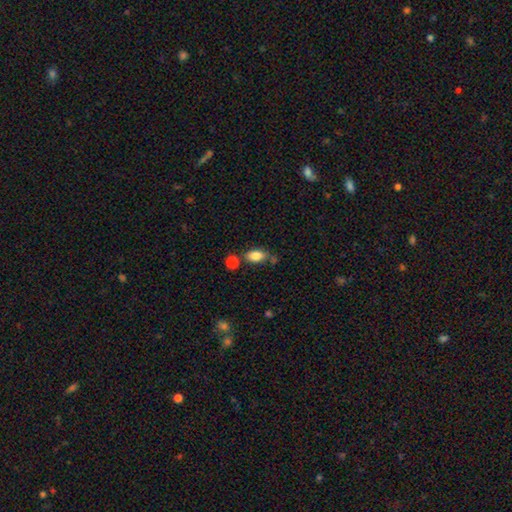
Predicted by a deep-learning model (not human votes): Smooth or featured?
  - smooth: 83% *
  - featured or disk: 9%
  - star or artifact: 9%
How rounded?
  - in between: 86% *
  - round: 10%
  - cigar-shaped: 4%
Merging?
  - none: 63% *
  - minor disturbance: 17%
  - merger: 15%
  - major disturbance: 5%